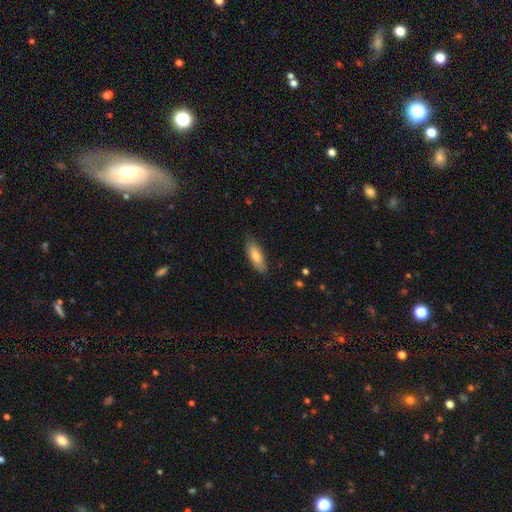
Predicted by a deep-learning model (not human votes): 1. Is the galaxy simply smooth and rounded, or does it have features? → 77% smooth, 17% featured or disk, 6% star or artifact.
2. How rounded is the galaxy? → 70% in between, 28% cigar-shaped, 2% round.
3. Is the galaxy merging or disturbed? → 81% none, 16% minor disturbance, 2% major disturbance, 1% merger.